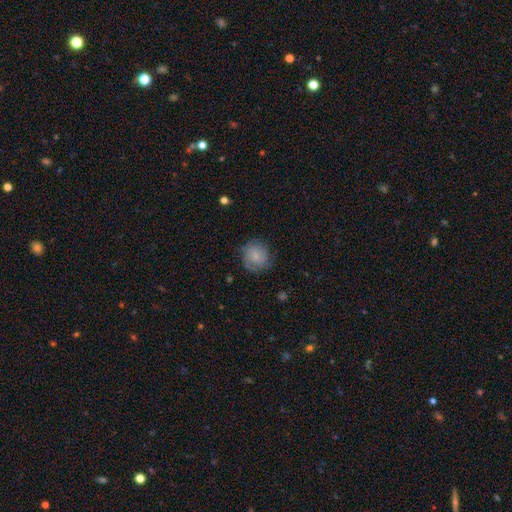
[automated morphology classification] smooth 71%, featured or disk 22%, star or artifact 7%. Down the decision tree: how rounded — round (87%); merging — none (73%).